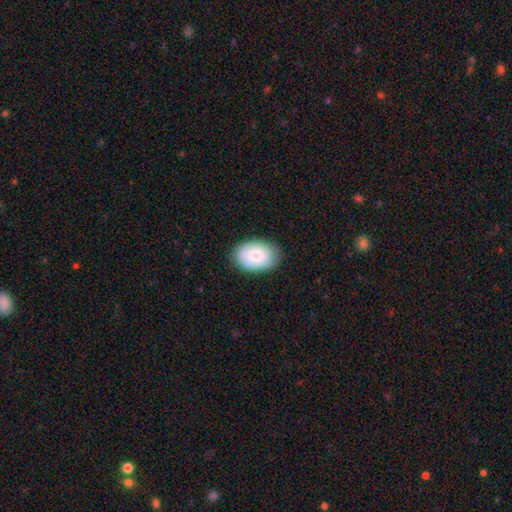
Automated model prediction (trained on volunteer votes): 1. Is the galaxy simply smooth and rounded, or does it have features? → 80% smooth, 14% featured or disk, 6% star or artifact.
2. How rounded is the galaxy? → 83% in between, 16% round, 1% cigar-shaped.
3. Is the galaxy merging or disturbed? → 83% none, 13% minor disturbance, 3% major disturbance, 1% merger.